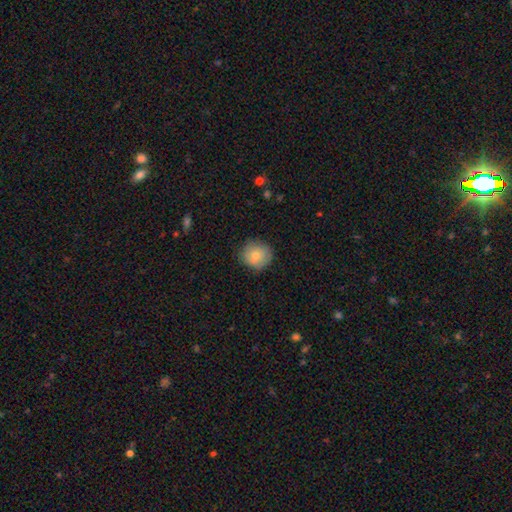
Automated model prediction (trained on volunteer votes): This appears to be a smooth galaxy with no disk features (77%) that is round (89%). Merging: none (82%).